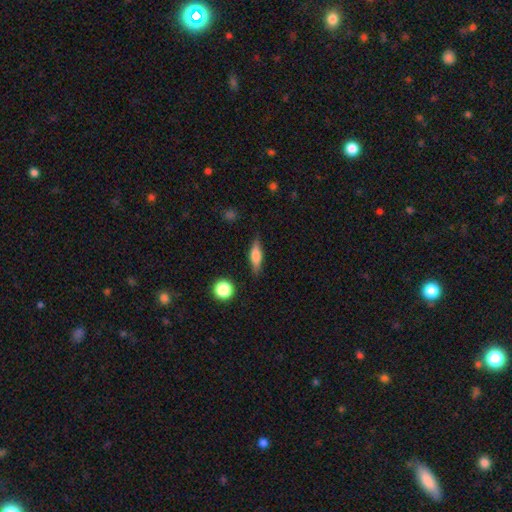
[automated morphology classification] smooth-or-featured: smooth: 62% | featured or disk: 30% | star or artifact: 8%
  how-rounded: cigar-shaped: 53% | in between: 42% | round: 5%
  merging: none: 82% | minor disturbance: 13% | major disturbance: 3% | merger: 2%